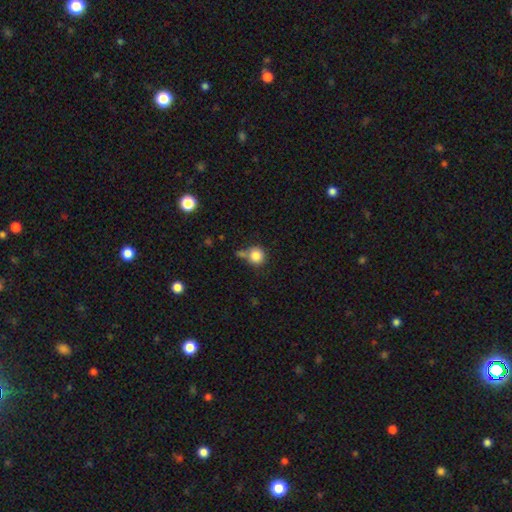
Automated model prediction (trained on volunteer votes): Morphology: type=smooth (84%); roundness=round (92%); merging=none (56%).